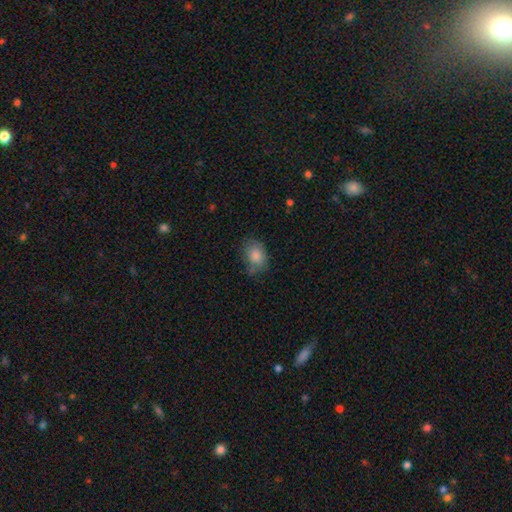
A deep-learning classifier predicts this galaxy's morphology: A smooth galaxy with no disk features (83%) that is in between round and cigar-shaped (66%).

Vote fractions:
- Smooth or featured? smooth: 83% / star or artifact: 9% / featured or disk: 8%
- How rounded? in between: 66% / round: 33% / cigar-shaped: 1%
- Merging? none: 71% / minor disturbance: 21% / major disturbance: 5% / merger: 2%